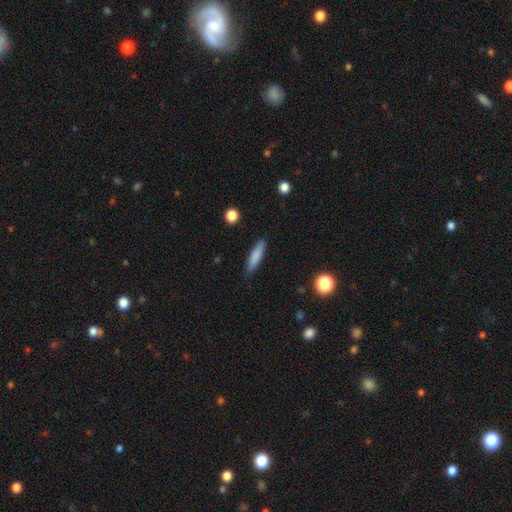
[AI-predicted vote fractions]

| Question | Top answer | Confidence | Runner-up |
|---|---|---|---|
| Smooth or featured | smooth | 80% | featured or disk (14%) |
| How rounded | cigar-shaped | 82% | in between (16%) |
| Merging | none | 88% | minor disturbance (9%) |